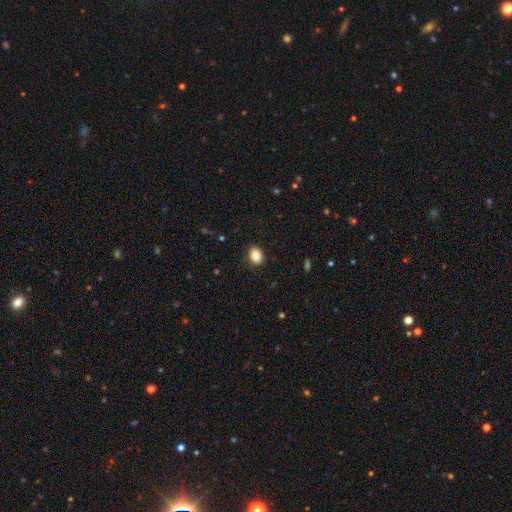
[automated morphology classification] Q: Smooth or featured?
A: smooth (88%); runner-up: star or artifact (9%)
Q: How rounded?
A: in between (62%); runner-up: round (37%)
Q: Merging?
A: none (85%); runner-up: minor disturbance (11%)